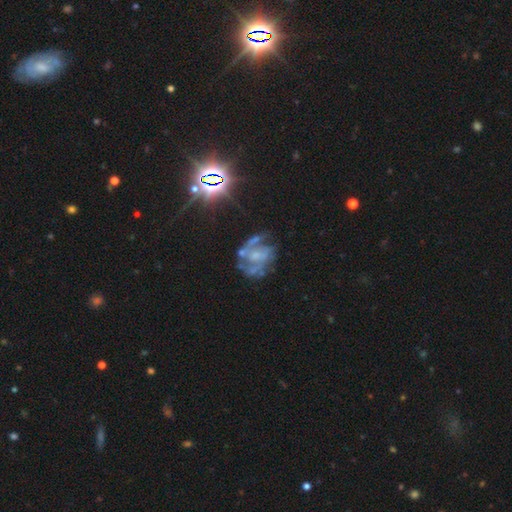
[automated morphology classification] The model was most divided on "spiral arm count": 2: 38%, can't tell: 34%, 3: 13%, 1: 7%, 4: 4%, more than 4: 3%. Remaining: edge-on disk — no (97%); smooth or featured — featured or disk (73%); spiral arms — yes (71%); bar — no (60%); merging — none (49%); spiral winding — medium (44%); bulge size — small (37%).